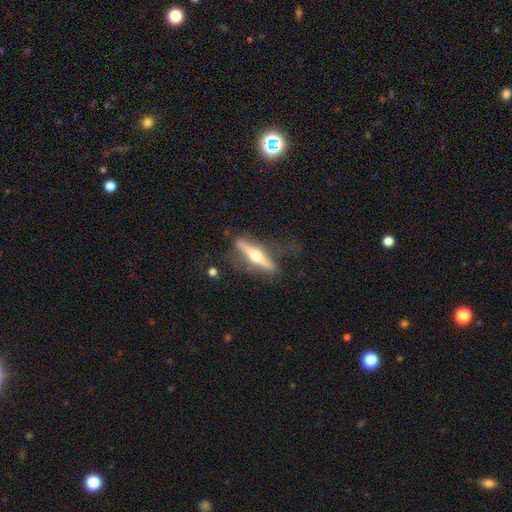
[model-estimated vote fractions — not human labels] Morphology: type=featured or disk (77%); edge-on=yes (93%); edge-on bulge=rounded (96%); merging=none (73%).